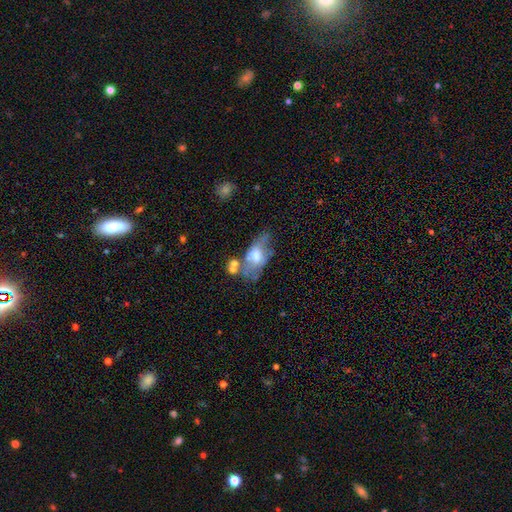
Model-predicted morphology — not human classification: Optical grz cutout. It shows a featured or disk galaxy (49%). Merging: none (33%).